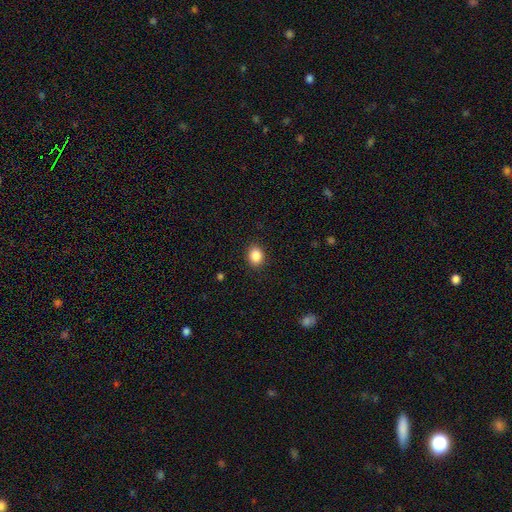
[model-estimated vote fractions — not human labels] Smooth or featured? Predicted: smooth (p=0.86). How rounded? Predicted: round (p=0.56). Merging? Predicted: none (p=0.90).